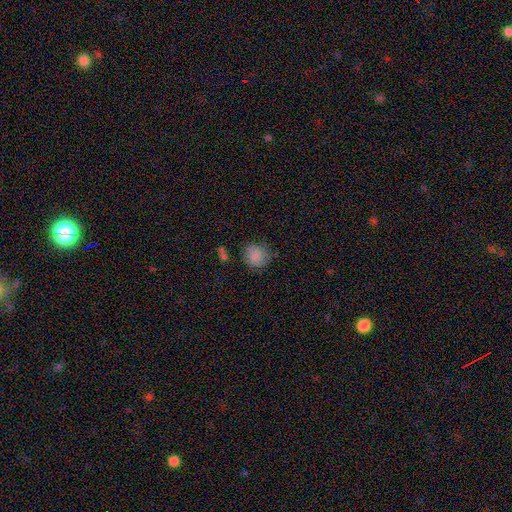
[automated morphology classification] type=smooth (82%); roundness=round (82%); merging=none (74%).